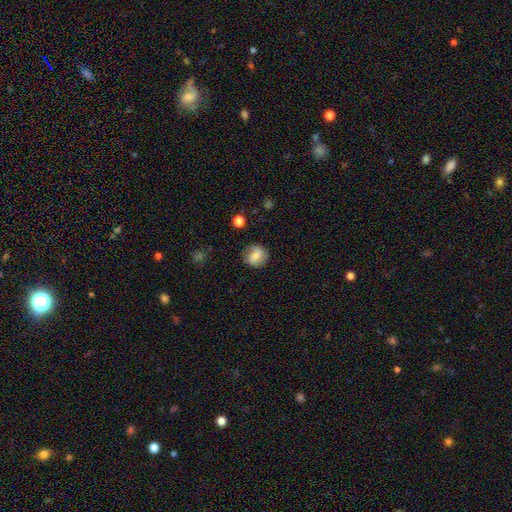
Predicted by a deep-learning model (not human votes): smooth-or-featured: smooth: 64% | featured or disk: 27% | star or artifact: 9%
  how-rounded: round: 80% | in between: 19% | cigar-shaped: 1%
  merging: none: 78% | minor disturbance: 15% | major disturbance: 5% | merger: 2%